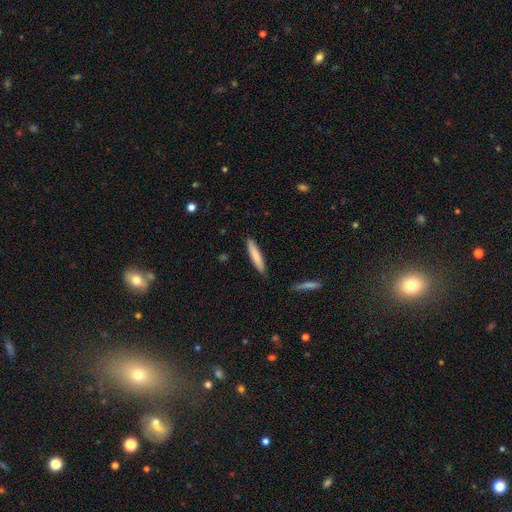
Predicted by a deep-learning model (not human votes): Smooth or featured? smooth (80%)
How rounded? cigar-shaped (89%)
Merging? none (87%)